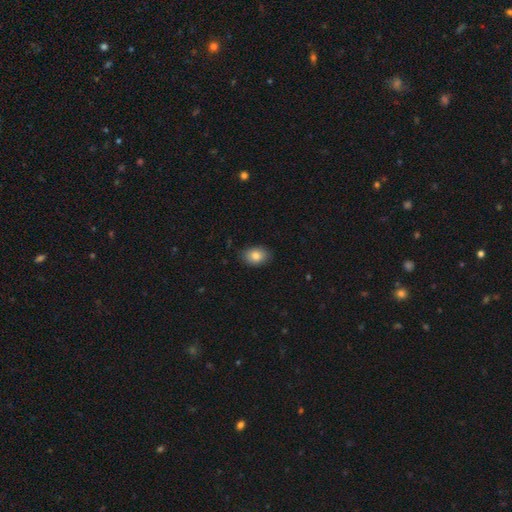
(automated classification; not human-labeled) The model was most divided on "how rounded": in between: 74%, round: 25%, cigar-shaped: 1%. More confident: merging — none (86%); smooth or featured — smooth (83%).